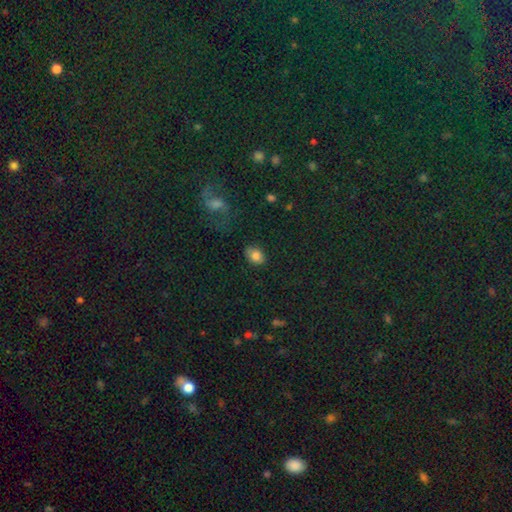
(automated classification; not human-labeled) Q: Smooth or featured?
A: smooth (80%); runner-up: star or artifact (11%)
Q: How rounded?
A: in between (66%); runner-up: round (33%)
Q: Merging?
A: none (78%); runner-up: minor disturbance (16%)